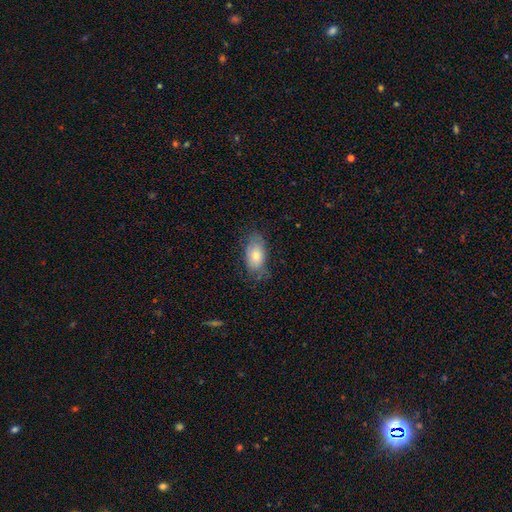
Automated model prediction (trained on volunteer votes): Morphology: type=smooth (70%); roundness=in between (91%); merging=none (67%).